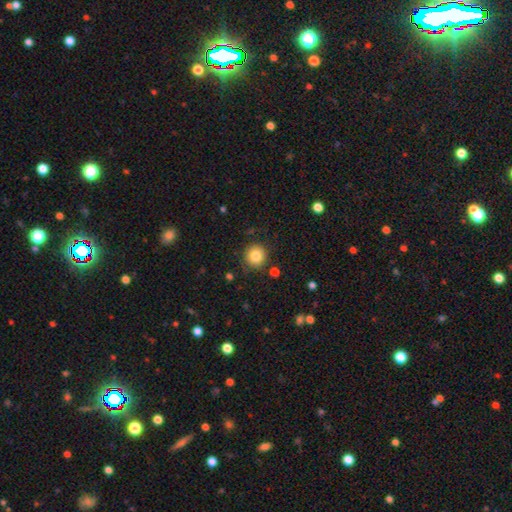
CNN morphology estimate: Overall: smooth (83%). How rounded: round (92%). Merging: none (87%).